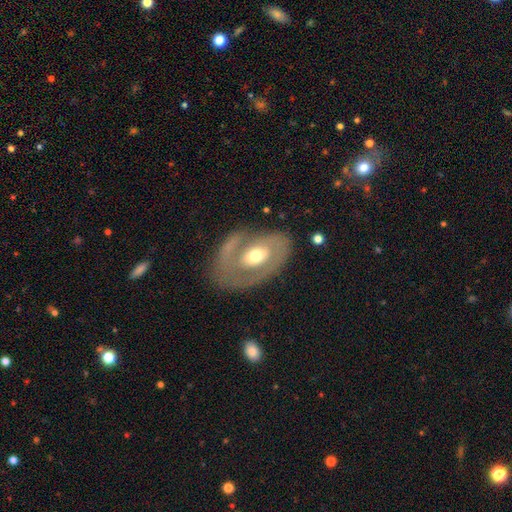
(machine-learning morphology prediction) Smooth or featured? featured or disk (66%)
Edge-on disk? no (93%)
Bar? no (70%)
Spiral arms? no (54%)
Bulge size? moderate (68%)
Merging? none (64%)